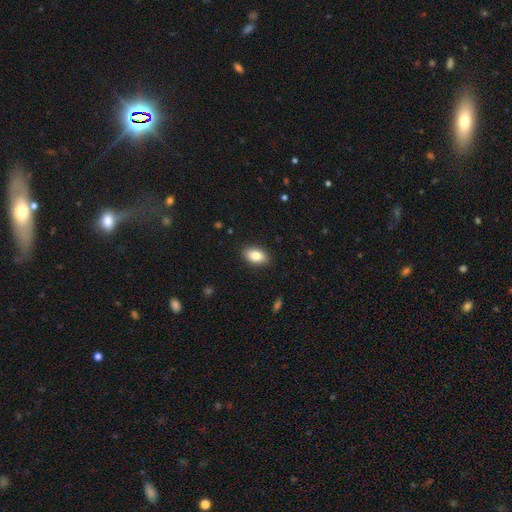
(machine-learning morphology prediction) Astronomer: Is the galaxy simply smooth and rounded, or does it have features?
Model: smooth — 83%.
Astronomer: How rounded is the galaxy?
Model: in between — 90%.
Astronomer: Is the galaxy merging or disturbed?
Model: none — 88%.